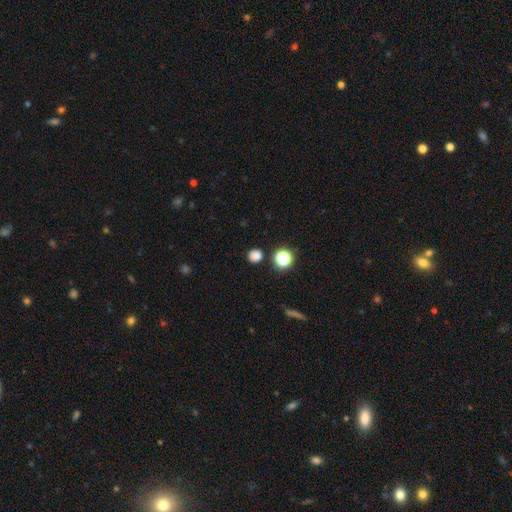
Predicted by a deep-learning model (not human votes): A smooth galaxy with no disk features (78%) that is round (90%). Merging: none (86%).